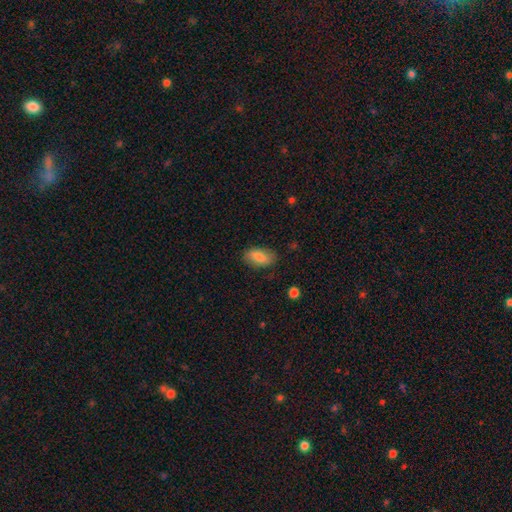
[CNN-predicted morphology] Smooth or featured? smooth (78%)
How rounded? in between (91%)
Merging? none (83%)